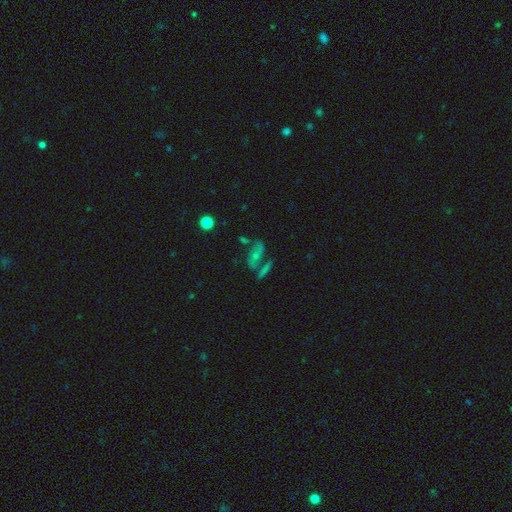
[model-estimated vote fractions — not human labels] Overall: featured or disk (58%; smooth 22%). Edge-on disk: no (85%). Merging: none (51%; merger 21%).